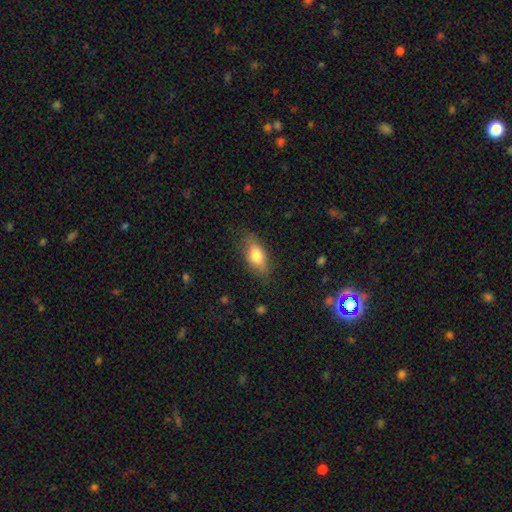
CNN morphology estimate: This appears to be a smooth galaxy with no disk features (75%) that is in between round and cigar-shaped (83%). Merging: none (79%).